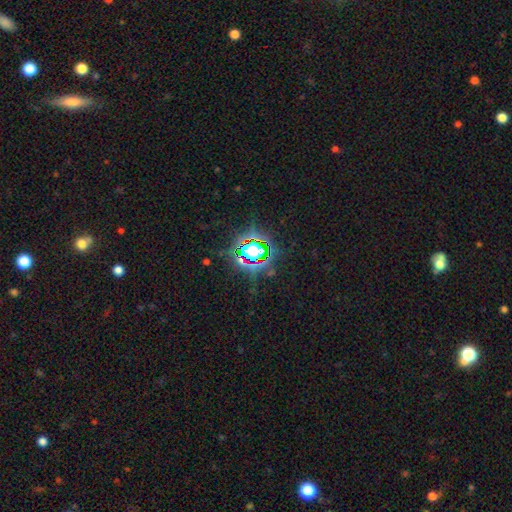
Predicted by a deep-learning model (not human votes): star or artifact 76%, smooth 14%, featured or disk 10%.